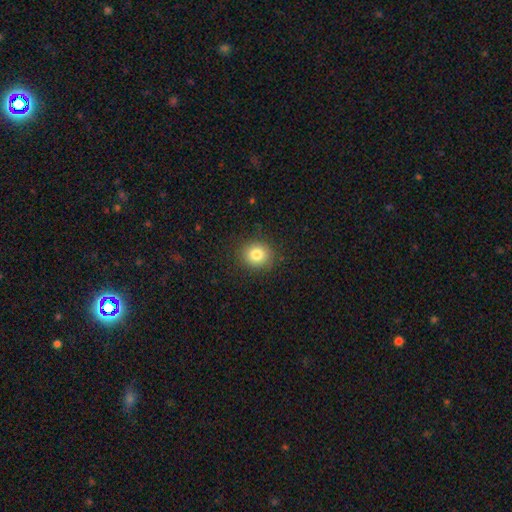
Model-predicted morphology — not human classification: Overall: smooth (83%). How rounded: round (85%). Merging: none (89%).